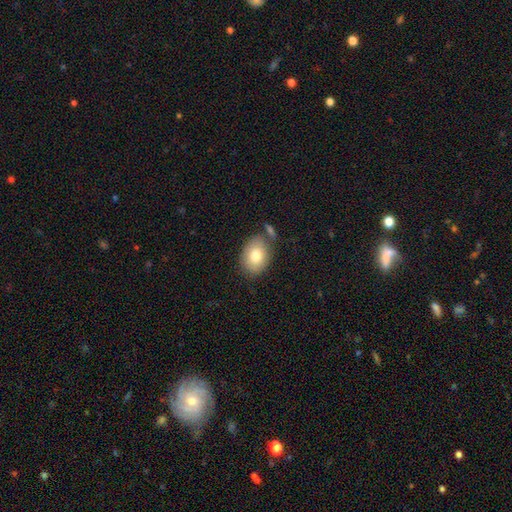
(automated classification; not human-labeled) Smooth or featured? Predicted: smooth (p=0.79). How rounded? Predicted: in between (p=0.75). Merging? Predicted: none (p=0.71).